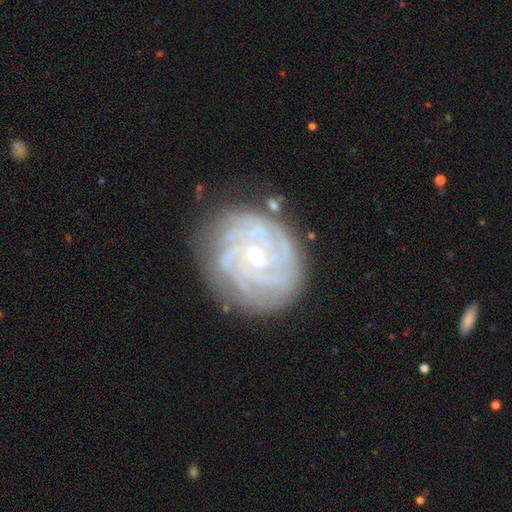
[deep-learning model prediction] Overall: featured or disk (87%). Edge-on disk: no (97%). Bar: no (65%; weak 28%). Spiral arms: yes (97%). Spiral arm count: 4 (29%; can't tell 24%). Spiral winding: tight (78%). Bulge size: small (62%; moderate 35%). Merging: none (79%).